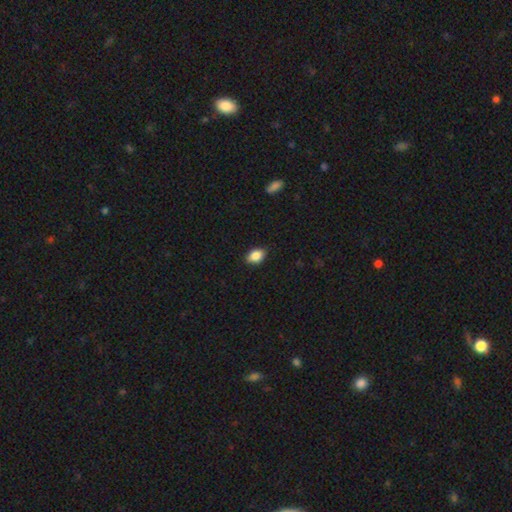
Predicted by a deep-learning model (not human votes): Morphology: type=smooth (87%); roundness=in between (82%); merging=none (87%).